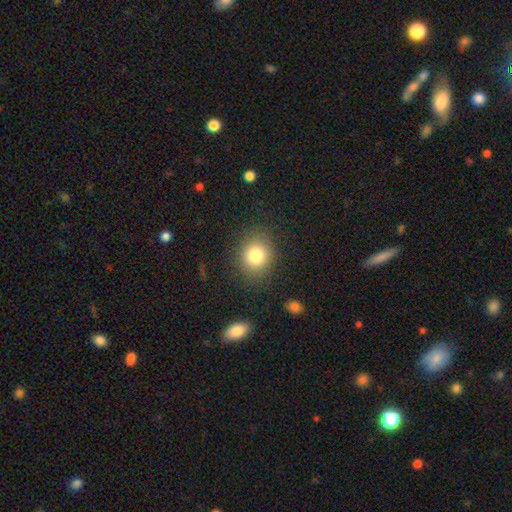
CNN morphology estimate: This is clearly a smooth galaxy (81%). How rounded: likely round (75%). Merging: clearly none (85%).